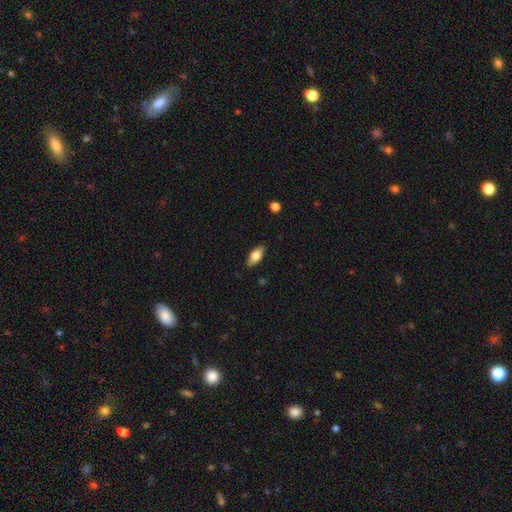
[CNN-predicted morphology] Smooth or featured? smooth (71%)
How rounded? in between (82%)
Merging? none (86%)